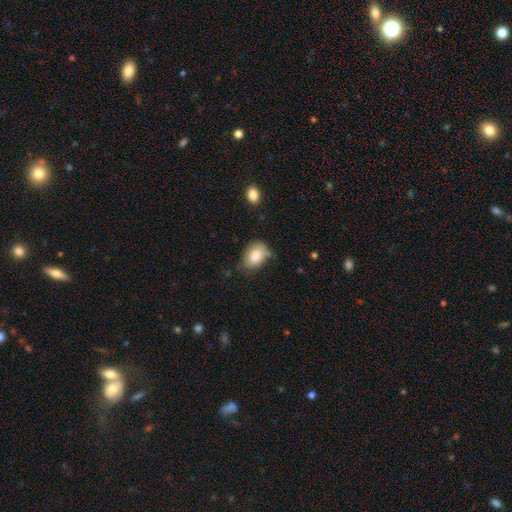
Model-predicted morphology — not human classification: Q: Smooth or featured?
A: smooth (83%); runner-up: featured or disk (10%)
Q: How rounded?
A: in between (80%); runner-up: round (19%)
Q: Merging?
A: none (60%); runner-up: minor disturbance (30%)